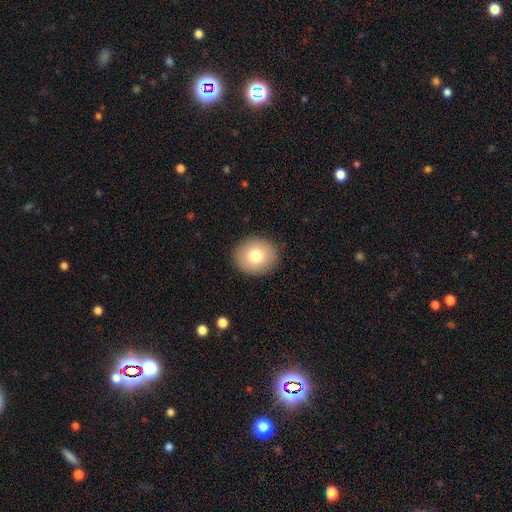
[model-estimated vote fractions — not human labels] Overall: smooth (78%). How rounded: round (71%). Merging: none (90%).